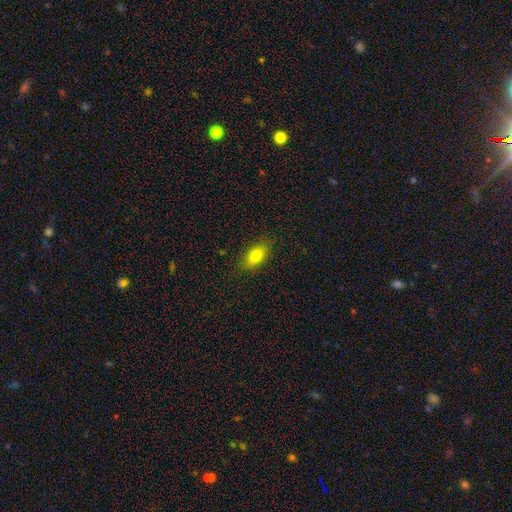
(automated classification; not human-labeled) smooth-or-featured: smooth: 80% | featured or disk: 12% | star or artifact: 9%
  how-rounded: in between: 87% | round: 7% | cigar-shaped: 6%
  merging: none: 86% | minor disturbance: 10% | major disturbance: 3% | merger: 1%